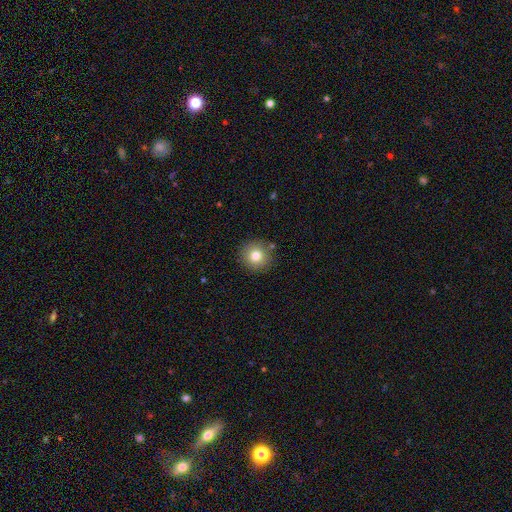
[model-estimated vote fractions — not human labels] smooth_or_featured: smooth (p=0.79) [alt: star or artifact p=0.11]
how_rounded: round (p=0.93) [alt: in between p=0.06]
merging: none (p=0.87) [alt: minor disturbance p=0.08]